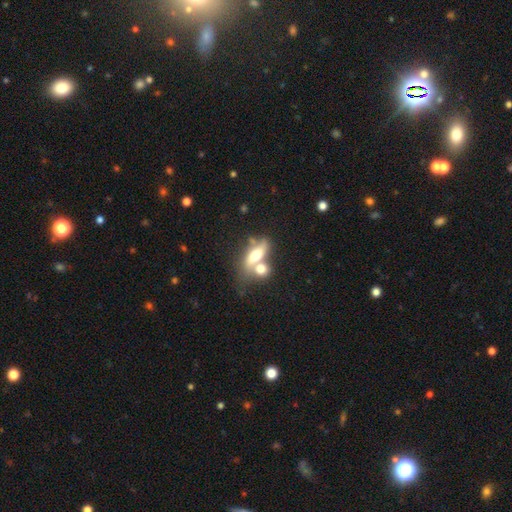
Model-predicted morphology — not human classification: Smooth or featured? Predicted: smooth (p=0.55). How rounded? Predicted: in between (p=0.62). Merging? Predicted: merger (p=0.53).